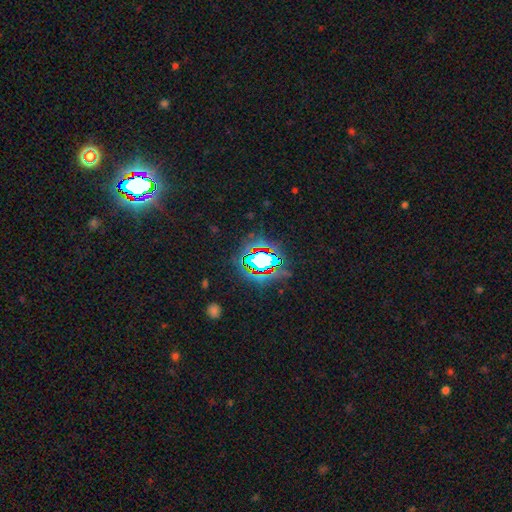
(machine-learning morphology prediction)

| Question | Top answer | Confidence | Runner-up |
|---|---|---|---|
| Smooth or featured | star or artifact | 79% | smooth (12%) |